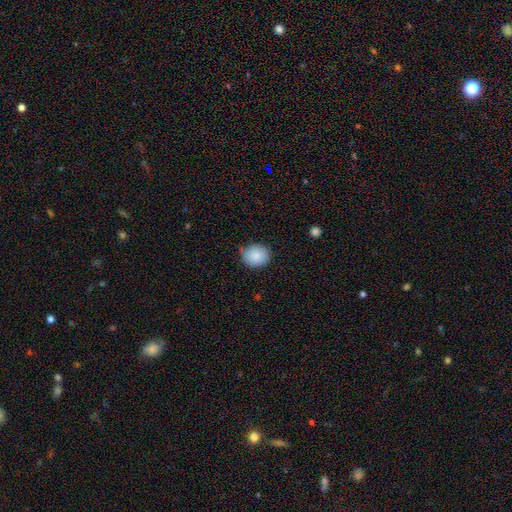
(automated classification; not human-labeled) Smooth or featured? Predicted: smooth (p=0.87). How rounded? Predicted: round (p=0.65). Merging? Predicted: none (p=0.75).